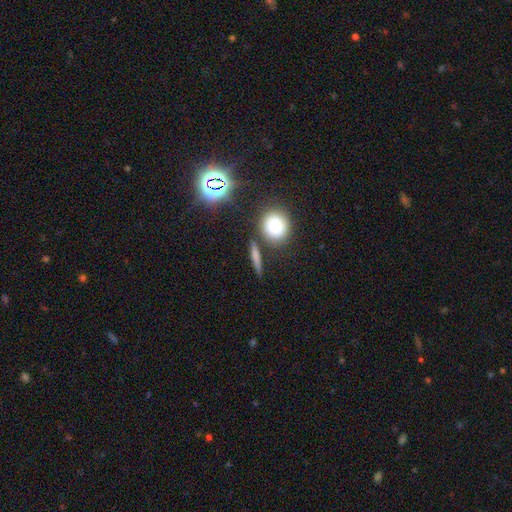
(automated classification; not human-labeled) Smooth or featured: smooth — 61% (featured or disk — 26%)
How rounded: cigar-shaped — 63% (round — 21%)
Merging: none — 81% (minor disturbance — 9%)